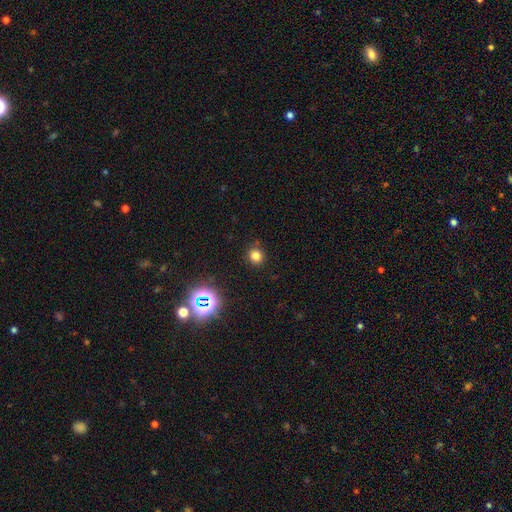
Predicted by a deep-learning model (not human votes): smooth_or_featured: smooth (p=0.76) [alt: star or artifact p=0.19]
how_rounded: round (p=0.90) [alt: in between p=0.09]
merging: none (p=0.89) [alt: minor disturbance p=0.07]